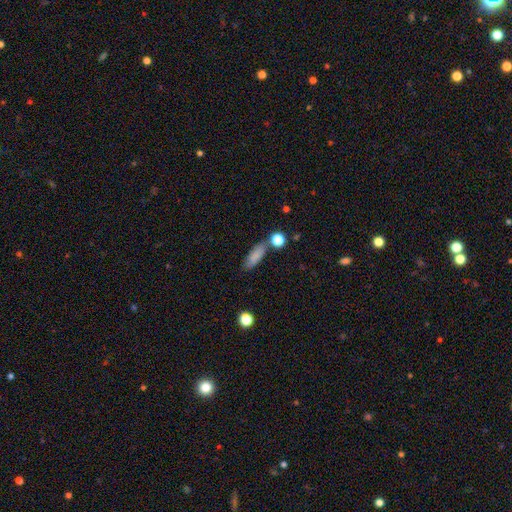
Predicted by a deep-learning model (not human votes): smooth_or_featured: smooth (p=0.81) [alt: featured or disk p=0.10]
how_rounded: in between (p=0.57) [alt: cigar-shaped p=0.39]
merging: none (p=0.70) [alt: minor disturbance p=0.15]